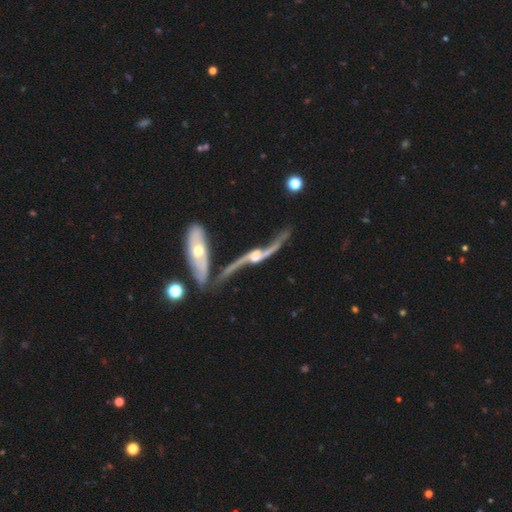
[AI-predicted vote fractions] Q: Smooth or featured?
A: featured or disk (90%); runner-up: smooth (5%)
Q: Edge-on disk?
A: no (66%); runner-up: yes (34%)
Q: Bar?
A: no (53%); runner-up: weak (32%)
Q: Spiral arms?
A: yes (93%); runner-up: no (7%)
Q: Spiral winding?
A: loose (90%); runner-up: medium (7%)
Q: Spiral arm count?
A: 2 (93%); runner-up: can't tell (2%)
Q: Bulge size?
A: moderate (47%); runner-up: small (33%)
Q: Merging?
A: none (43%); runner-up: merger (26%)